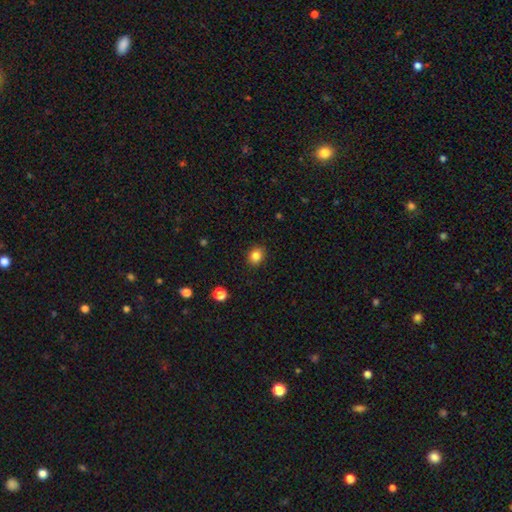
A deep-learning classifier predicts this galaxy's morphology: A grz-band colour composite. It shows a smooth galaxy with no disk features (84%) that is round (65%). Merging: none (89%).